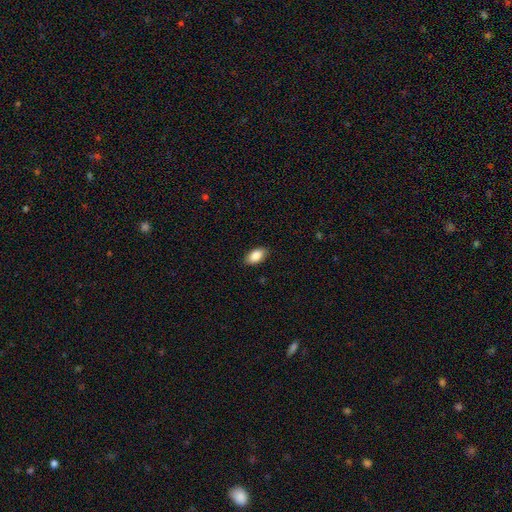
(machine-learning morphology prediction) Smooth or featured?
  - smooth: 89% *
  - star or artifact: 7%
  - featured or disk: 5%
How rounded?
  - in between: 94% *
  - round: 4%
  - cigar-shaped: 2%
Merging?
  - none: 87% *
  - minor disturbance: 10%
  - major disturbance: 2%
  - merger: 1%